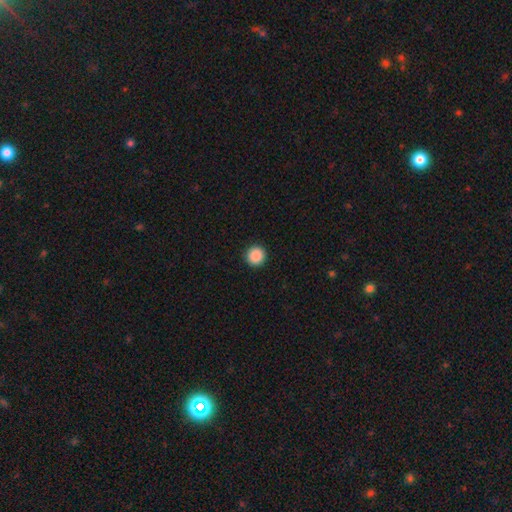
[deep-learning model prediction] A smooth galaxy with no disk features (89%) that is round (96%).

Vote fractions:
- Smooth or featured? smooth: 89% / star or artifact: 9% / featured or disk: 2%
- How rounded? round: 96% / in between: 3% / cigar-shaped: 1%
- Merging? none: 93% / minor disturbance: 4% / major disturbance: 2% / merger: 1%